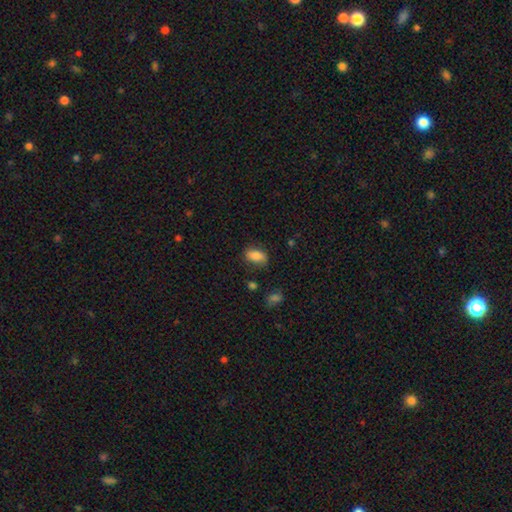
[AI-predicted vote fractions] Overall: smooth (83%). How rounded: in between (88%). Merging: none (75%).